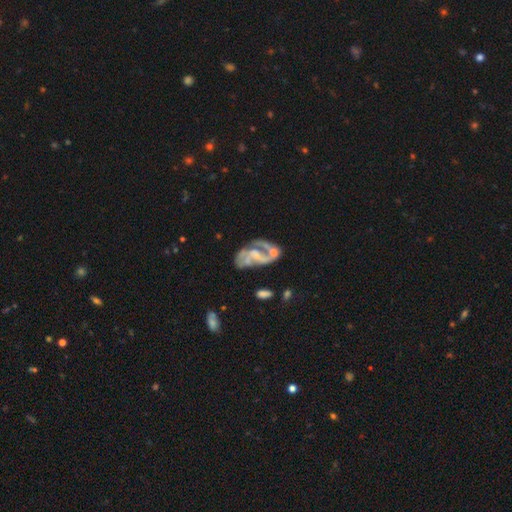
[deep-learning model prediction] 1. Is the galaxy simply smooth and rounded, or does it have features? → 78% featured or disk, 14% smooth, 9% star or artifact.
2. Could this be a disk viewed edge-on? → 97% no, 3% yes.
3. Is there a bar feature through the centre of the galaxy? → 49% no, 36% weak, 15% strong.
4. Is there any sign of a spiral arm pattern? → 76% yes, 24% no.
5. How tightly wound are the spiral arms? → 42% medium, 36% loose, 21% tight.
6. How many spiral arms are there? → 53% 2, 19% can't tell, 13% 1, 11% 3, 3% 4, 2% more than 4.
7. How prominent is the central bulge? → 38% none, 36% small, 21% moderate, 3% large, 1% dominant.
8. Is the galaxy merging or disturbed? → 31% none, 30% major disturbance, 22% merger, 18% minor disturbance.